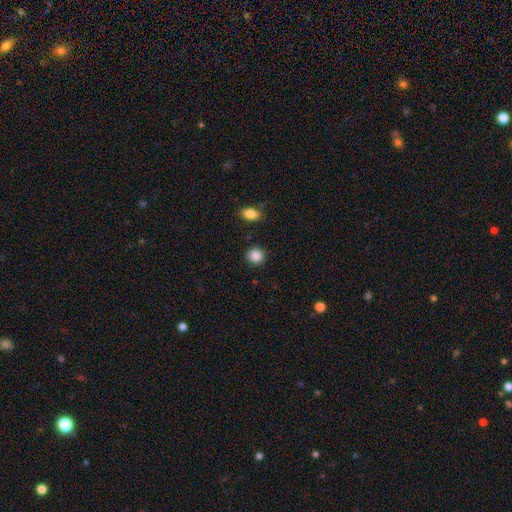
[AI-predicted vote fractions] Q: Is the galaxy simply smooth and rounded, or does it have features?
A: smooth — 88%.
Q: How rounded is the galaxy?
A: round — 88%.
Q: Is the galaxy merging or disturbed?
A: none — 89%.